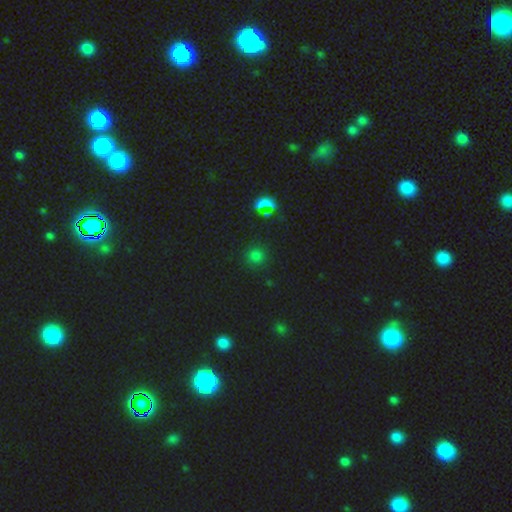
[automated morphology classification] smooth_or_featured: smooth (p=0.68) [alt: star or artifact p=0.27]
how_rounded: round (p=0.90) [alt: in between p=0.08]
merging: none (p=0.88) [alt: minor disturbance p=0.07]